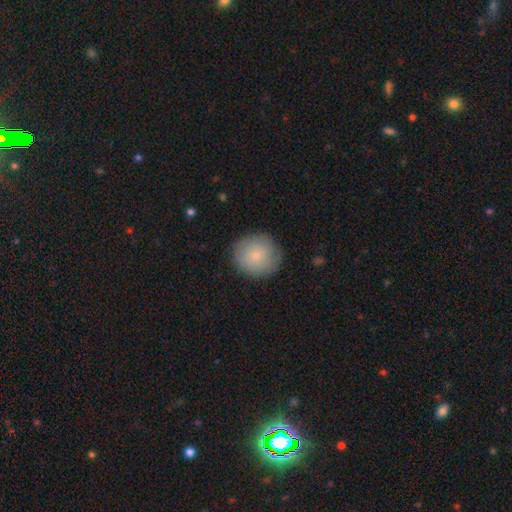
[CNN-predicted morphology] type=smooth (79%); roundness=round (91%); merging=none (85%).